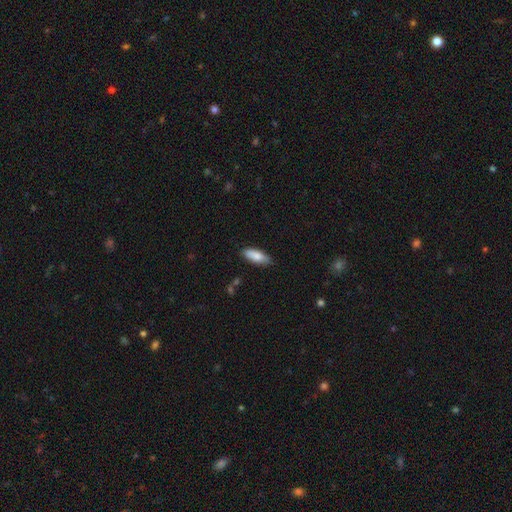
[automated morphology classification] Q: Smooth or featured?
A: smooth (81%); runner-up: featured or disk (13%)
Q: How rounded?
A: in between (65%); runner-up: cigar-shaped (33%)
Q: Merging?
A: none (81%); runner-up: minor disturbance (15%)